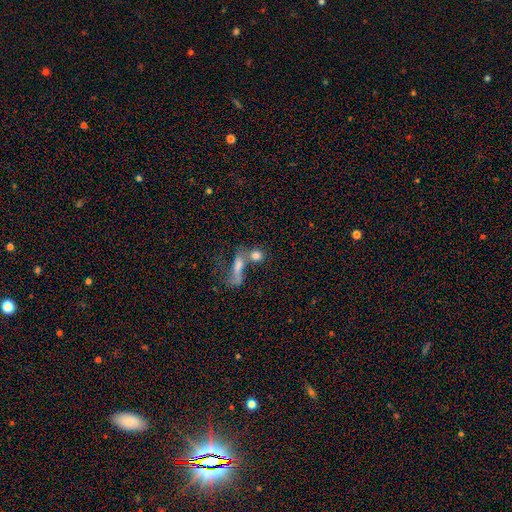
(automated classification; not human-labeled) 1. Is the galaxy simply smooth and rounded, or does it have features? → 76% smooth, 13% featured or disk, 11% star or artifact.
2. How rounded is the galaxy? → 63% round, 29% in between, 8% cigar-shaped.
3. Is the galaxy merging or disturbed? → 44% merger, 38% none, 9% minor disturbance, 9% major disturbance.